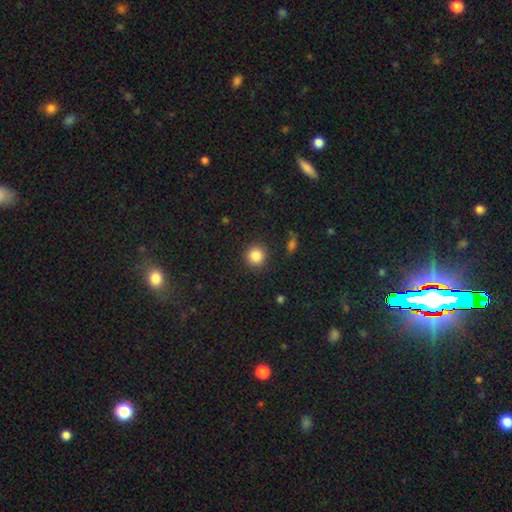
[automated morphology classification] type=smooth (85%); roundness=round (93%); merging=none (90%).